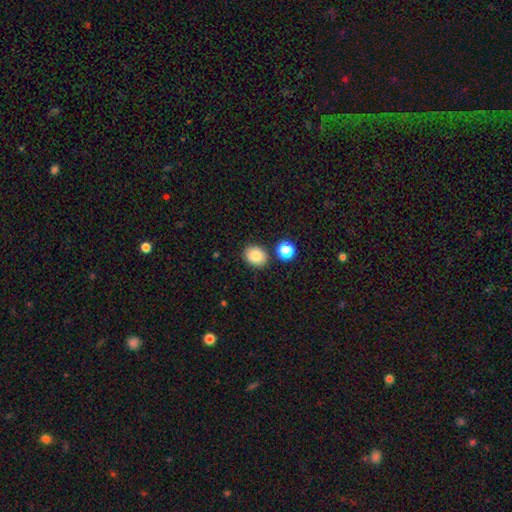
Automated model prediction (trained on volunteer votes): smooth_or_featured: smooth (p=0.84) [alt: star or artifact p=0.10]
how_rounded: round (p=0.56) [alt: in between p=0.43]
merging: none (p=0.82) [alt: minor disturbance p=0.10]